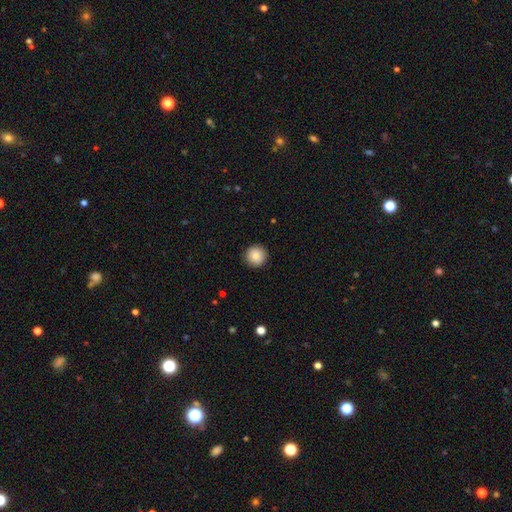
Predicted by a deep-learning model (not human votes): Morphology: type=smooth (86%); roundness=round (96%); merging=none (92%).